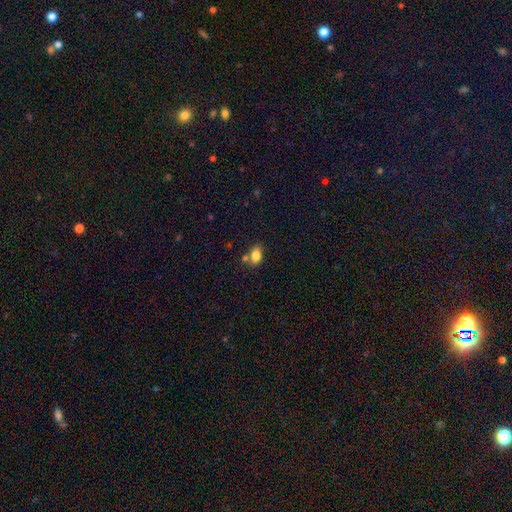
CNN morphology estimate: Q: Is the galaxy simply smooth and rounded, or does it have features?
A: smooth — 82%.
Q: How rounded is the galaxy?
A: in between — 84%.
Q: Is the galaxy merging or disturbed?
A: none — 63%.